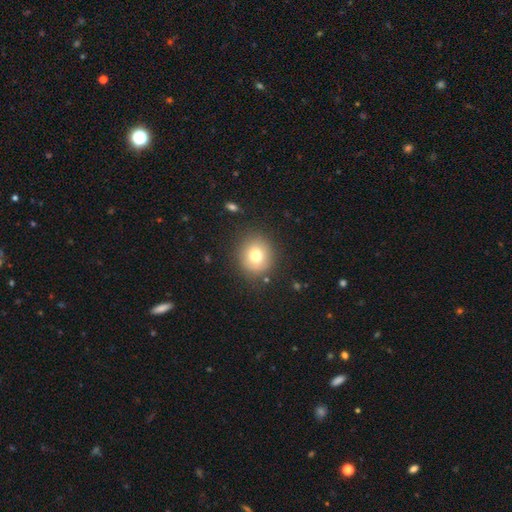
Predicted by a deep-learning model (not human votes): Smooth or featured?
  - smooth: 74% *
  - featured or disk: 14%
  - star or artifact: 12%
How rounded?
  - round: 86% *
  - in between: 13%
  - cigar-shaped: 1%
Merging?
  - none: 86% *
  - minor disturbance: 9%
  - major disturbance: 4%
  - merger: 2%